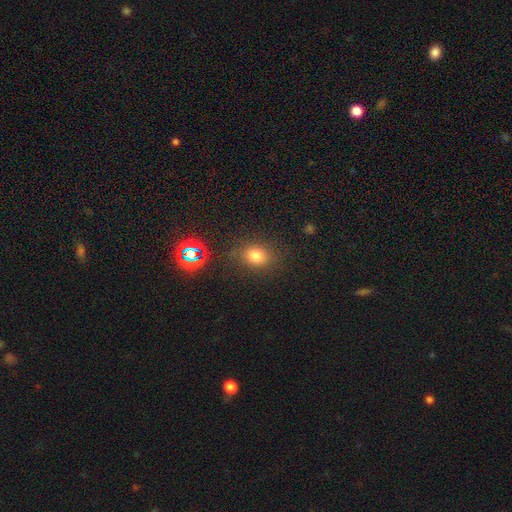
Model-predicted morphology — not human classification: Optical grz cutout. It shows a smooth galaxy with no disk features (72%) that is round (51%). Merging: none (80%).